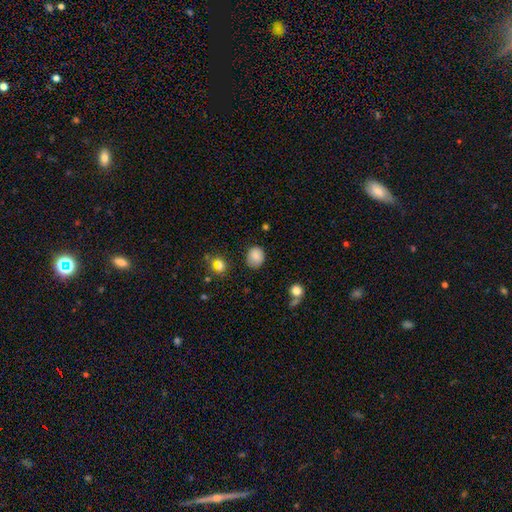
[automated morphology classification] Q: Smooth or featured?
A: smooth (82%); runner-up: star or artifact (10%)
Q: How rounded?
A: round (59%); runner-up: in between (40%)
Q: Merging?
A: none (76%); runner-up: minor disturbance (18%)